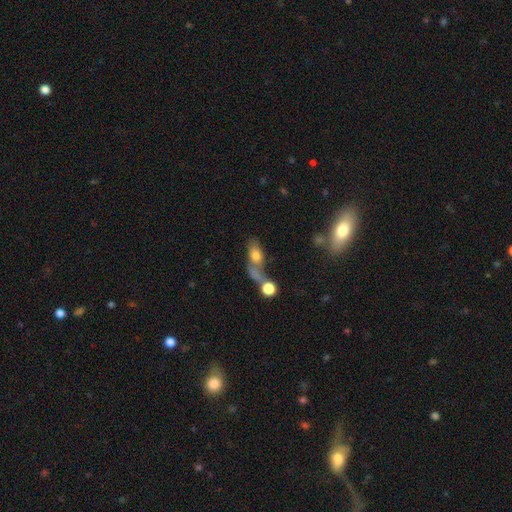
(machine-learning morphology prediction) Smooth or featured? Predicted: smooth (p=0.67). How rounded? Predicted: in between (p=0.72). Merging? Predicted: merger (p=0.47).